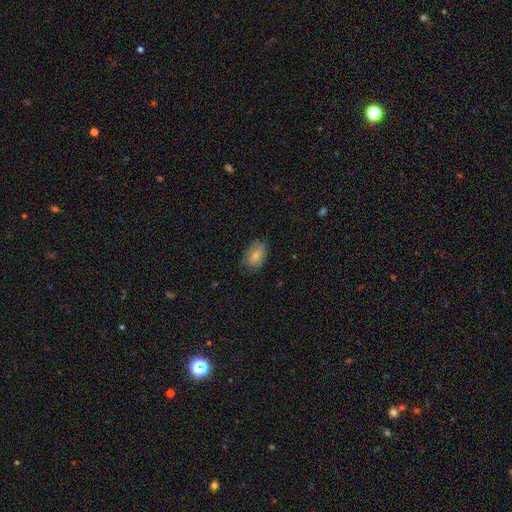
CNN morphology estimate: Overall: smooth (81%). How rounded: in between (87%). Merging: none (68%).